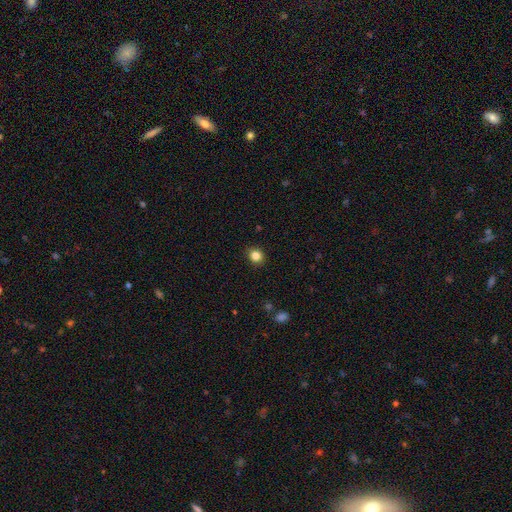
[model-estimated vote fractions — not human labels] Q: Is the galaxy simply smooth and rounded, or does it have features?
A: smooth — 84%.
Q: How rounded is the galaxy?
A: round — 77%.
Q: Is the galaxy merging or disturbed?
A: none — 90%.